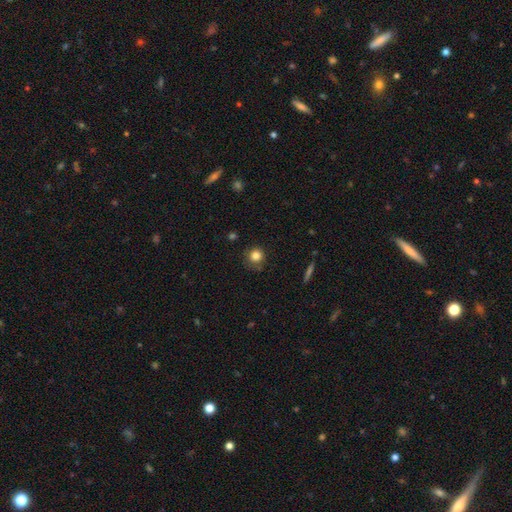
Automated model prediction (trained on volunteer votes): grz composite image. It shows a smooth galaxy with no disk features (82%) that is round (92%). Merging: none (77%).